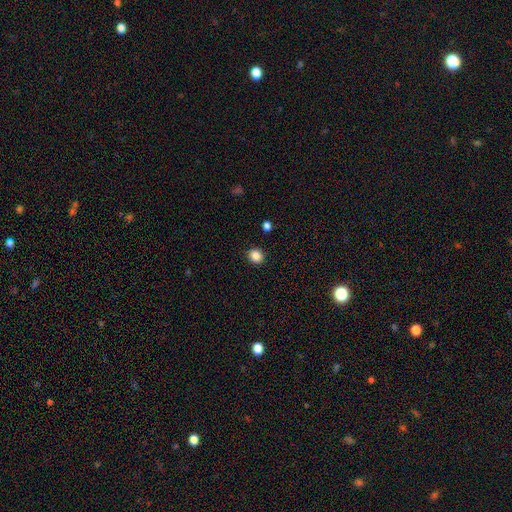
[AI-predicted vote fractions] smooth_or_featured: smooth (p=0.86) [alt: star or artifact p=0.11]
how_rounded: round (p=0.85) [alt: in between p=0.14]
merging: none (p=0.91) [alt: minor disturbance p=0.05]